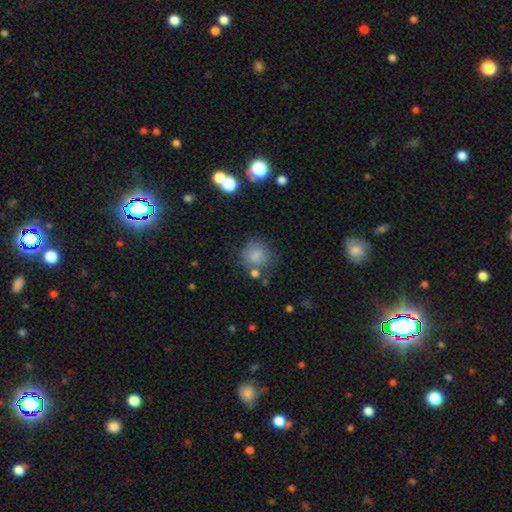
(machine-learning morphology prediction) Smooth or featured? Predicted: smooth (p=0.79). How rounded? Predicted: round (p=0.86). Merging? Predicted: none (p=0.66).